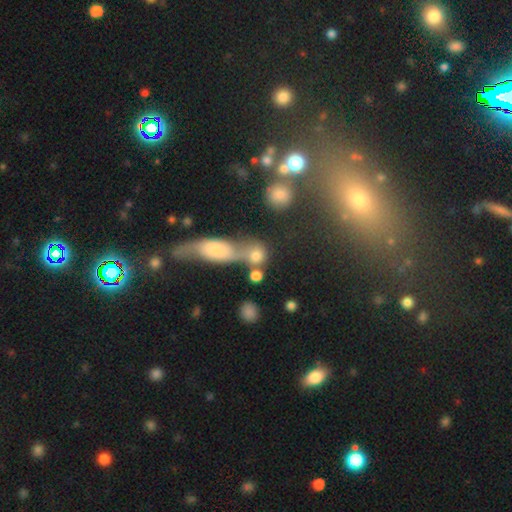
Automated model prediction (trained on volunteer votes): A smooth galaxy with no disk features (74%) that is round (65%). Merging: merger (49%).